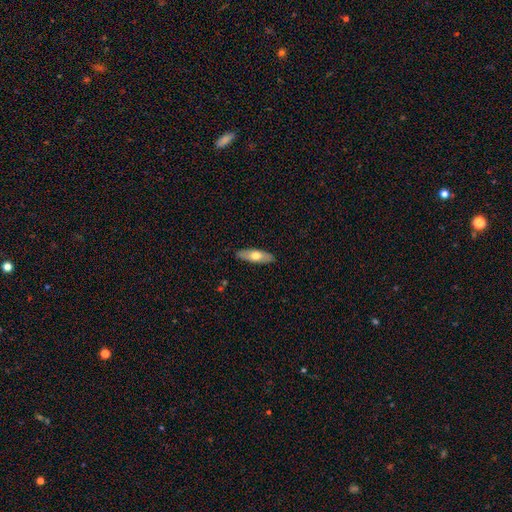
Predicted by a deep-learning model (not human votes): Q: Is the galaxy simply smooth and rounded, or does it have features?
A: smooth — 62%.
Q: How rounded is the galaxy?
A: in between — 55%.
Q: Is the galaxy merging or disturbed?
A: none — 88%.